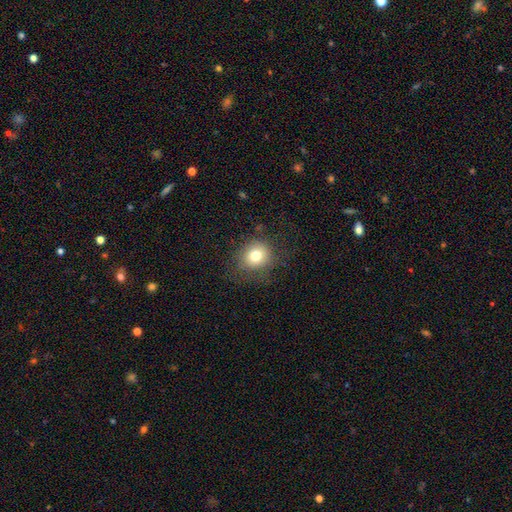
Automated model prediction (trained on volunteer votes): A smooth galaxy with no disk features (77%) that is round (80%). Merging: none (78%).